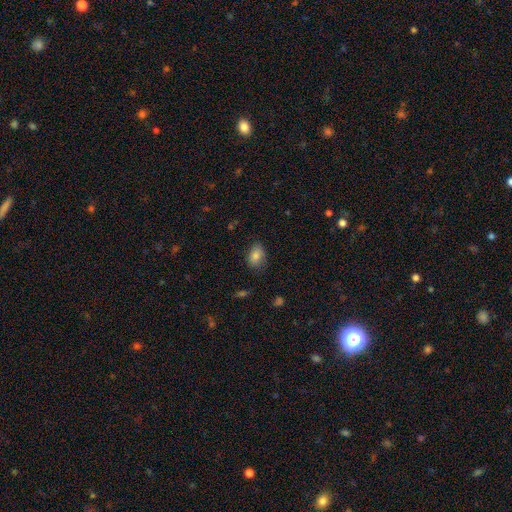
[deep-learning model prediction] Smooth or featured? smooth (81%)
How rounded? in between (82%)
Merging? none (76%)